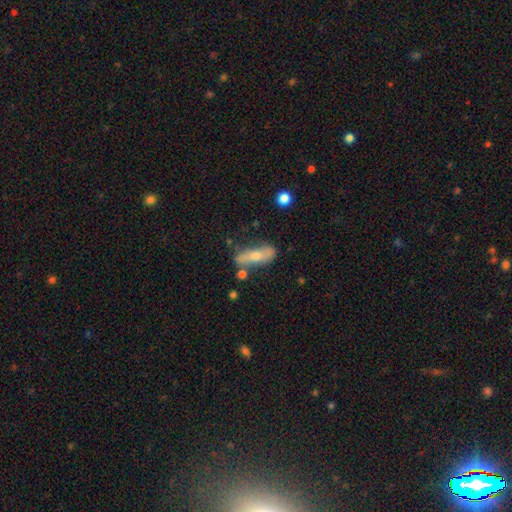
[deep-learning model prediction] Q: Smooth or featured?
A: smooth (56%); runner-up: featured or disk (37%)
Q: How rounded?
A: in between (51%); runner-up: cigar-shaped (45%)
Q: Merging?
A: none (64%); runner-up: minor disturbance (21%)